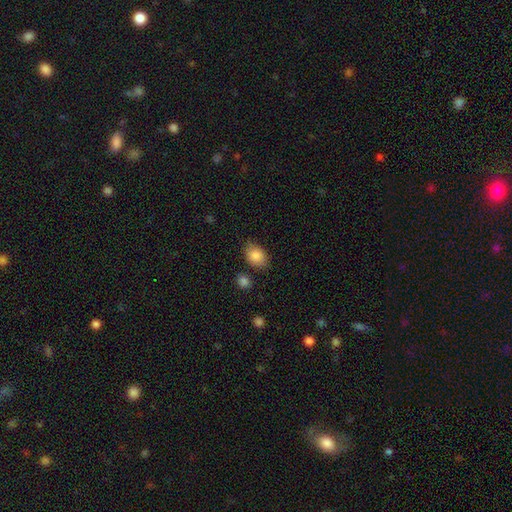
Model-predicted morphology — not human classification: A smooth galaxy with no disk features (87%) that is in between round and cigar-shaped (78%).

Vote fractions:
- Smooth or featured? smooth: 87% / star or artifact: 7% / featured or disk: 6%
- How rounded? in between: 78% / round: 20% / cigar-shaped: 1%
- Merging? none: 75% / minor disturbance: 16% / merger: 4% / major disturbance: 4%